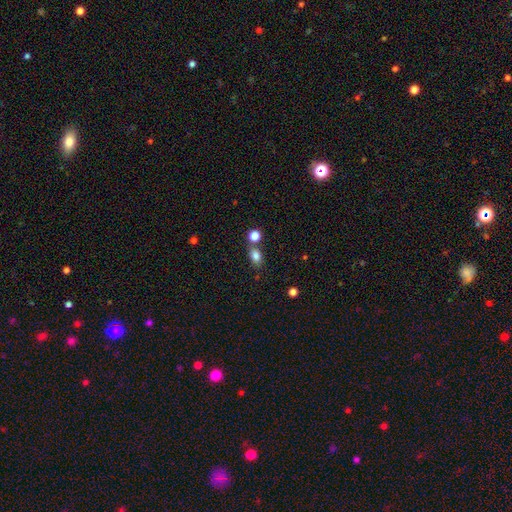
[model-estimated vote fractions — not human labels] Overall: smooth (81%). How rounded: in between (73%). Merging: none (65%).